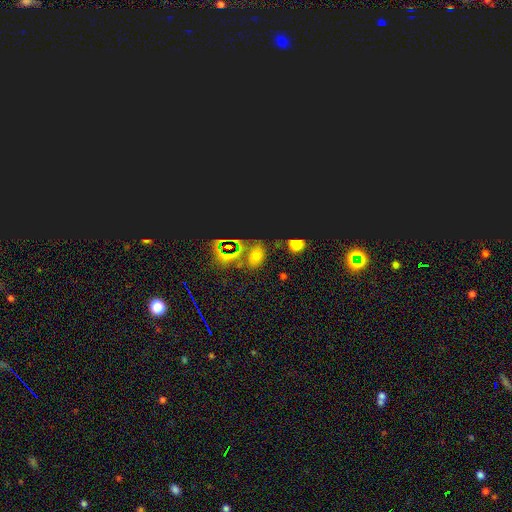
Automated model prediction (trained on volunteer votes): Q: Smooth or featured?
A: star or artifact (48%); runner-up: smooth (41%)